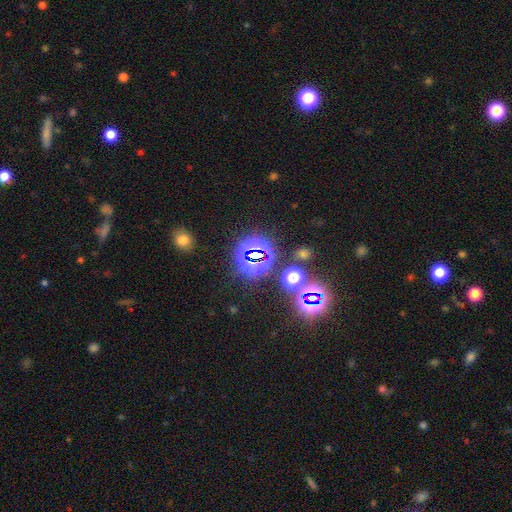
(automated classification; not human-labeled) Smooth or featured? star or artifact (77%)